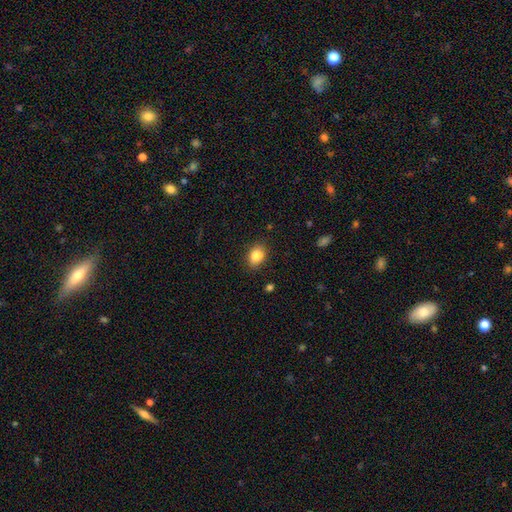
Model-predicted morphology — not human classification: Smooth or featured: smooth — 84% (star or artifact — 9%)
How rounded: in between — 67% (round — 32%)
Merging: none — 85% (minor disturbance — 11%)